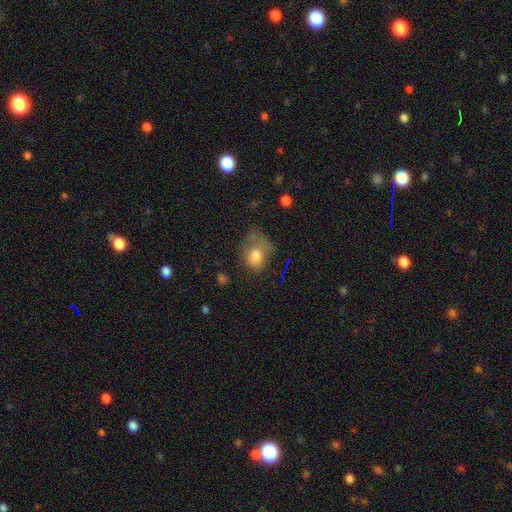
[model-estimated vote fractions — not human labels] Smooth or featured? smooth (71%)
How rounded? in between (64%)
Merging? major disturbance (39%)